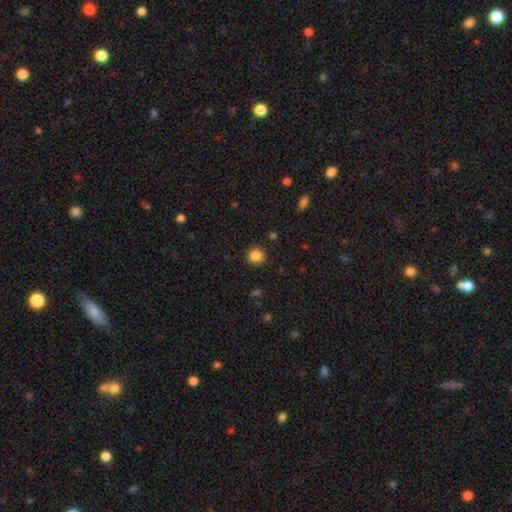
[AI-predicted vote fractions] This appears to be a smooth galaxy with no disk features (86%) that is round (91%). Merging: none (88%).